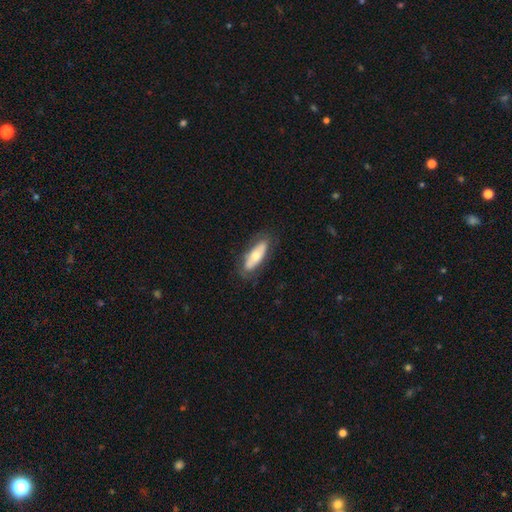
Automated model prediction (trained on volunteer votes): Smooth or featured? Predicted: smooth (p=0.55). How rounded? Predicted: in between (p=0.63). Merging? Predicted: none (p=0.75).